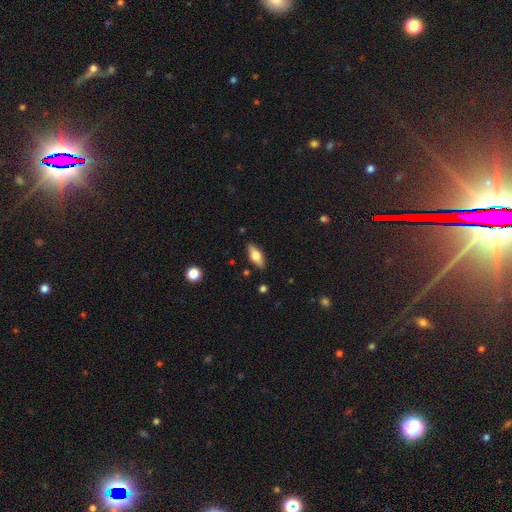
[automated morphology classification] Overall: smooth (63%; featured or disk 31%). How rounded: in between (74%). Merging: none (87%).